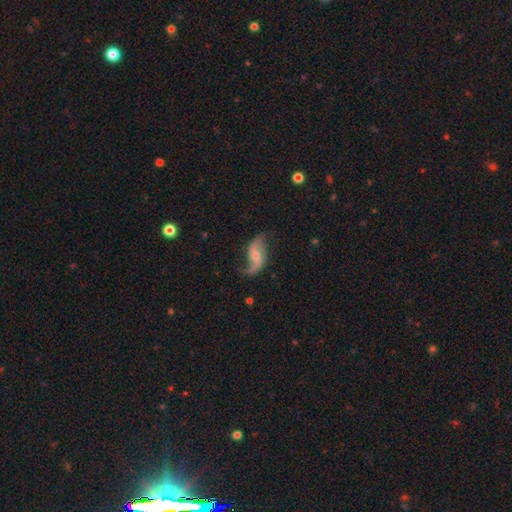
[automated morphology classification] Smooth or featured: featured or disk — 82% (smooth — 12%)
Edge-on disk: no — 96% (yes — 4%)
Bar: no — 45% (weak — 40%)
Spiral arms: yes — 94% (no — 6%)
Spiral winding: loose — 82% (medium — 14%)
Spiral arm count: 2 — 88% (1 — 6%)
Bulge size: small — 48% (moderate — 44%)
Merging: none — 65% (minor disturbance — 20%)